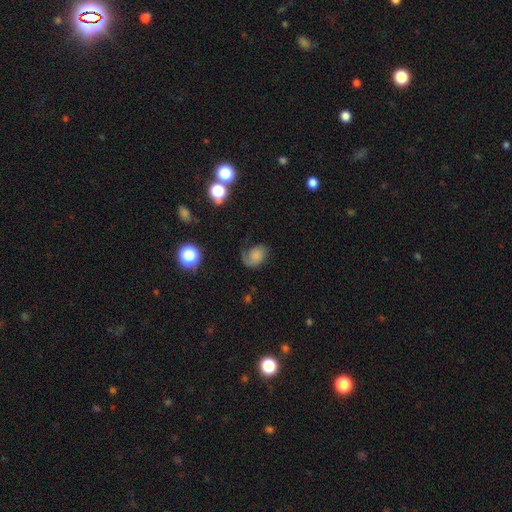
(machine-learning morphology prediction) type=smooth (45%); merging=none (52%).